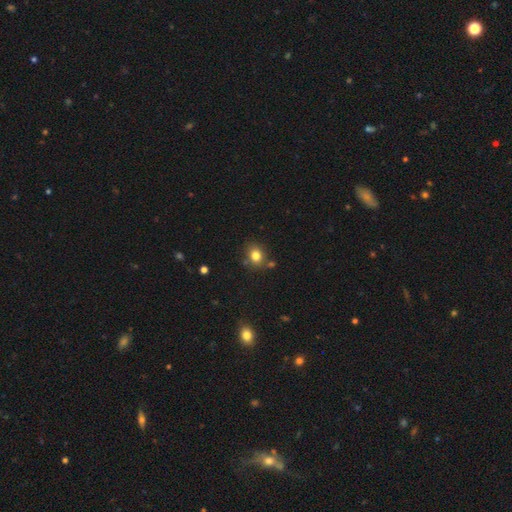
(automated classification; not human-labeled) Smooth or featured? smooth (80%)
How rounded? round (63%)
Merging? none (77%)